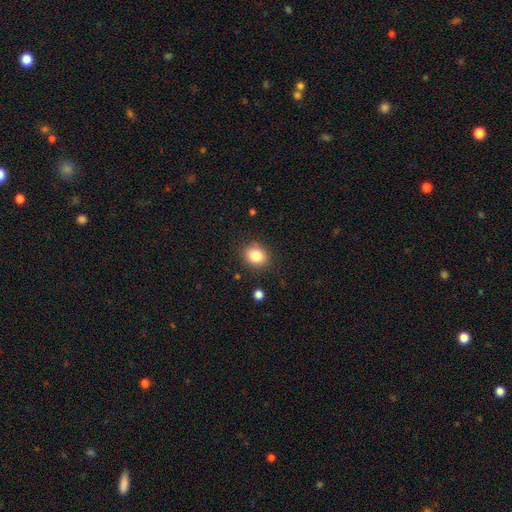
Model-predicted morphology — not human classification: Smooth or featured?
  - smooth: 83% *
  - star or artifact: 10%
  - featured or disk: 7%
How rounded?
  - round: 59% *
  - in between: 40%
  - cigar-shaped: 1%
Merging?
  - none: 86% *
  - minor disturbance: 10%
  - major disturbance: 3%
  - merger: 2%